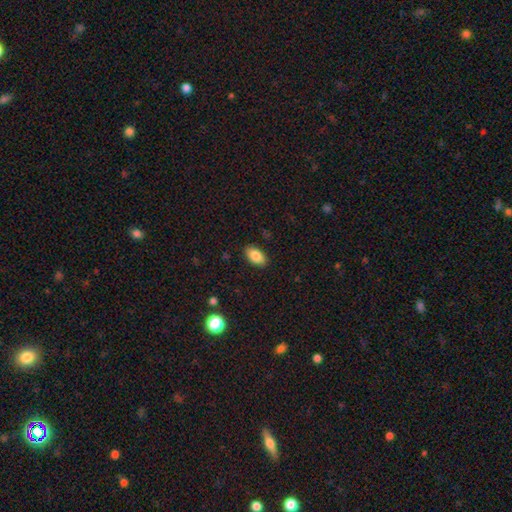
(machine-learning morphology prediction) smooth 84%, featured or disk 8%, star or artifact 8%. Down the decision tree: how rounded — in between (92%); merging — none (88%).